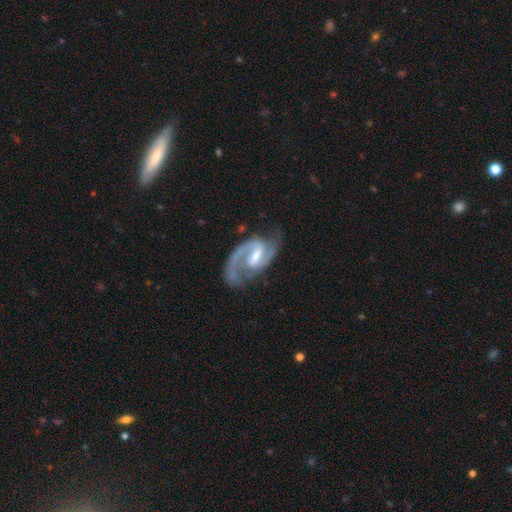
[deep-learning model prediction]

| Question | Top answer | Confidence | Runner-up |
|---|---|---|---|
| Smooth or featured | featured or disk | 92% | star or artifact (4%) |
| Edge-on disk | no | 98% | yes (2%) |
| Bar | weak | 52% | strong (35%) |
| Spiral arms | yes | 98% | no (2%) |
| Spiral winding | medium | 62% | tight (21%) |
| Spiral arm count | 2 | 91% | 1 (4%) |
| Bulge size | moderate | 49% | small (40%) |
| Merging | none | 72% | minor disturbance (17%) |